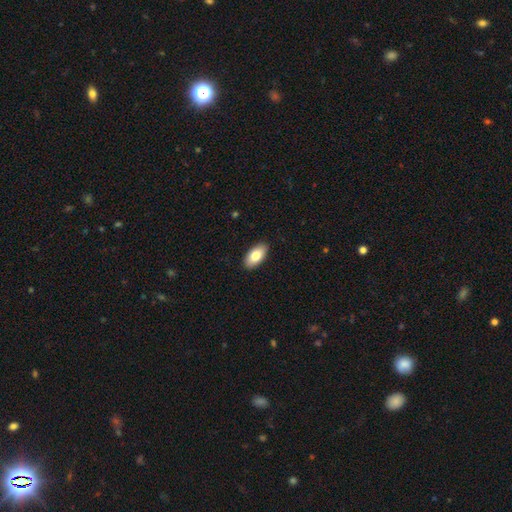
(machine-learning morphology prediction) Smooth or featured: smooth — 82% (featured or disk — 12%)
How rounded: in between — 93% (cigar-shaped — 4%)
Merging: none — 90% (minor disturbance — 8%)